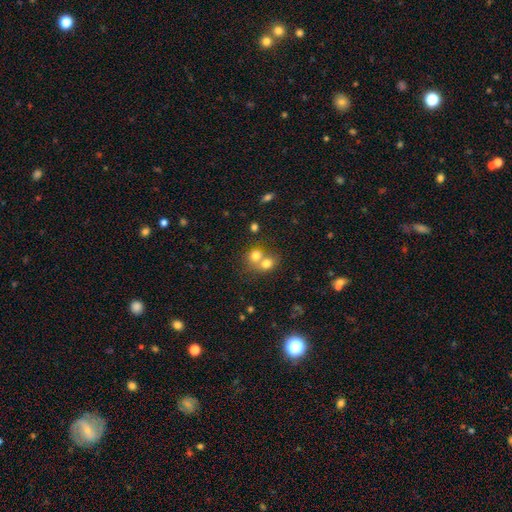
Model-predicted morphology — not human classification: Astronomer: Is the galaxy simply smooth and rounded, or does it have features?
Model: smooth — 73%.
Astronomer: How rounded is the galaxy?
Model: round — 65%.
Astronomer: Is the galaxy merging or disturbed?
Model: merger — 65%.